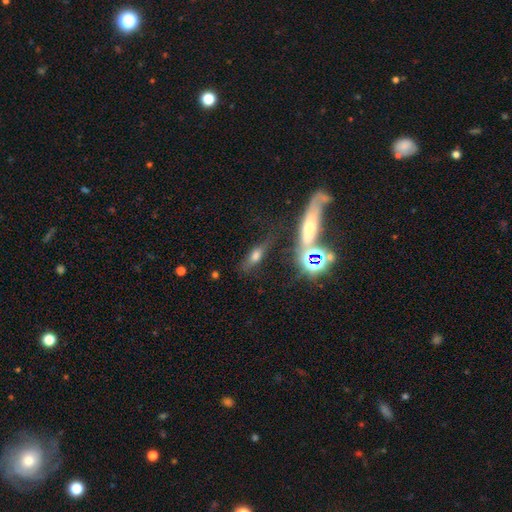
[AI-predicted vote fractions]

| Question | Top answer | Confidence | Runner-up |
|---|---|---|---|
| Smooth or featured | smooth | 51% | featured or disk (24%) |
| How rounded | in between | 50% | cigar-shaped (38%) |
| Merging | none | 64% | minor disturbance (18%) |